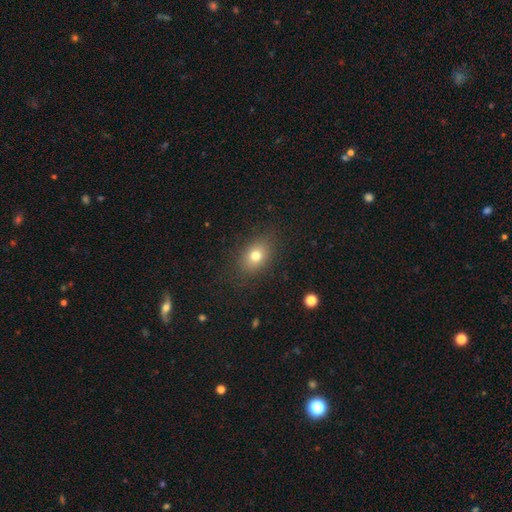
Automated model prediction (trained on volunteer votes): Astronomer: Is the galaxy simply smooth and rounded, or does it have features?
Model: smooth — 76%.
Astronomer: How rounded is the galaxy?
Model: in between — 65%.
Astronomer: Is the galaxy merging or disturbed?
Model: none — 85%.